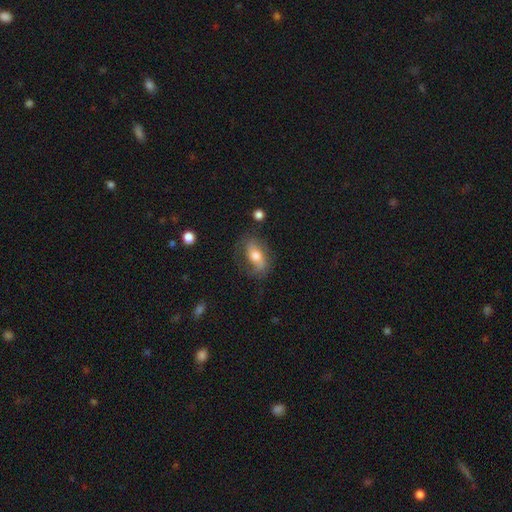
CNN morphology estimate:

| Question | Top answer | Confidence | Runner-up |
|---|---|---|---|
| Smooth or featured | featured or disk | 49% | smooth (43%) |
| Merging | none | 62% | minor disturbance (22%) |